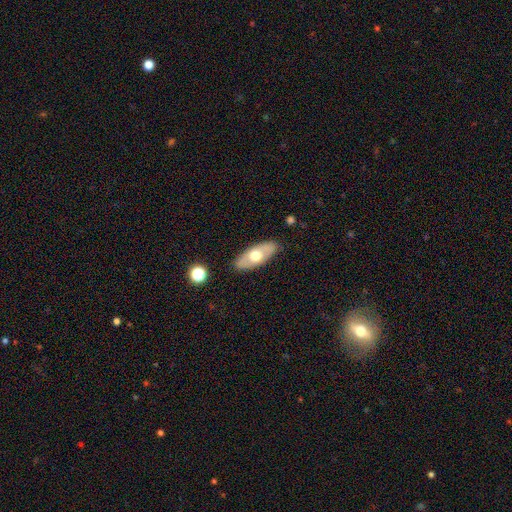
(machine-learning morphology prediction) smooth-or-featured: smooth: 53% | featured or disk: 41% | star or artifact: 6%
  how-rounded: in between: 84% | cigar-shaped: 12% | round: 4%
  merging: none: 85% | minor disturbance: 11% | major disturbance: 2% | merger: 1%